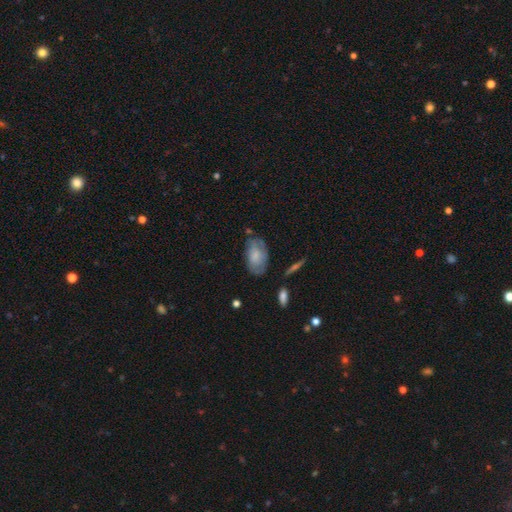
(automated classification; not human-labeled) This appears to be a smooth galaxy with no disk features (69%) that is in between round and cigar-shaped (92%). Merging: none (61%).